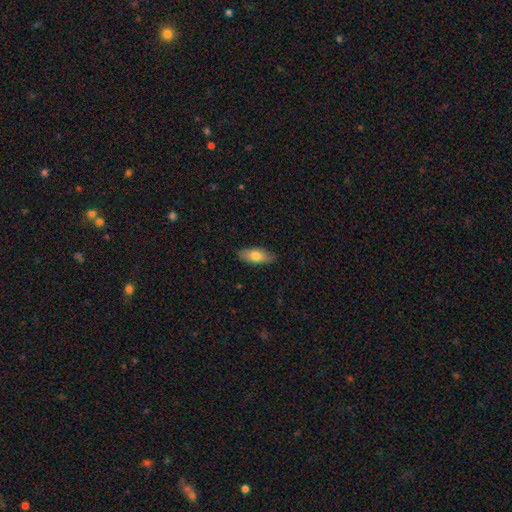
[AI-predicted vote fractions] A smooth galaxy with no disk features (74%) that is in between round and cigar-shaped (82%). Merging: none (86%).